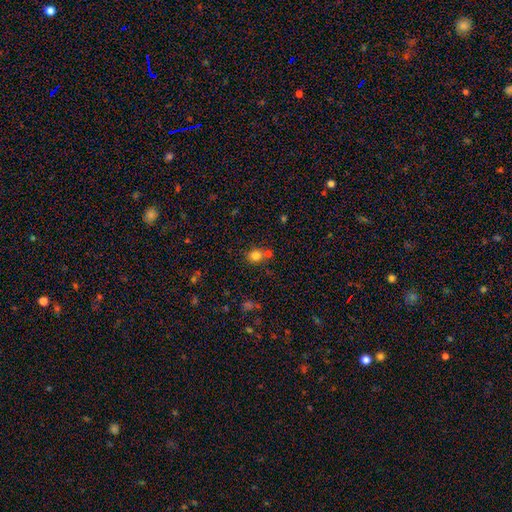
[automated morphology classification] A smooth galaxy with no disk features (79%) that is round (77%). Merging: none (62%).